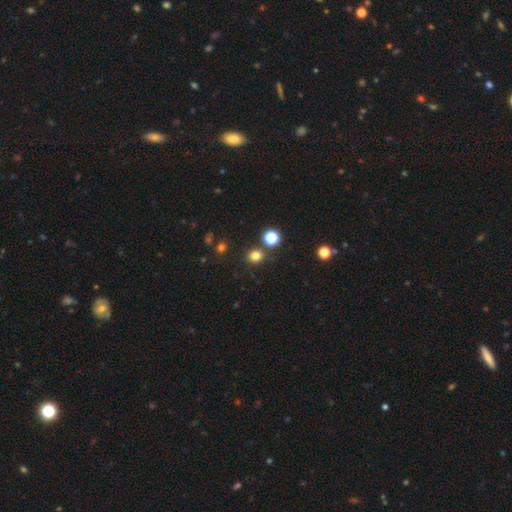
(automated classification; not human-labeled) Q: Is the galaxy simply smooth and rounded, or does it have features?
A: smooth — 77%.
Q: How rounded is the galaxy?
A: round — 81%.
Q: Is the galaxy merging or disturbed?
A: none — 81%.